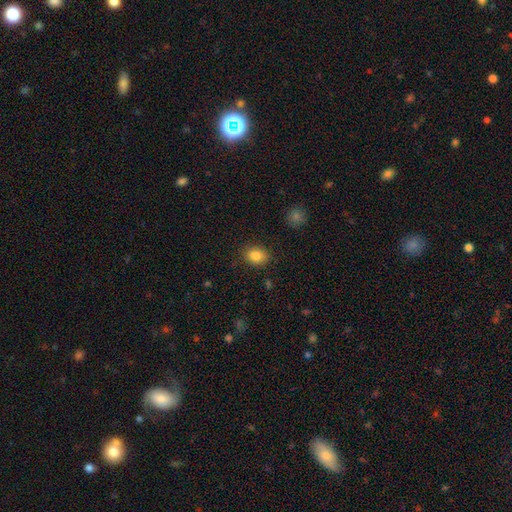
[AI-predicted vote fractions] smooth 86%, star or artifact 9%, featured or disk 5%. Down the decision tree: how rounded — in between (62%); merging — none (84%).